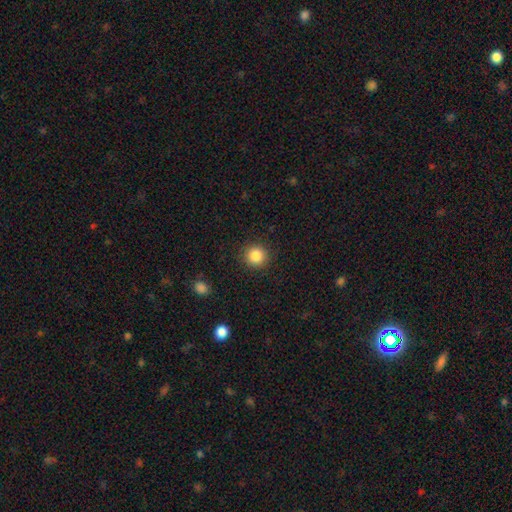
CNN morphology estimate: smooth 86%, star or artifact 10%, featured or disk 4%. Down the decision tree: how rounded — round (93%); merging — none (90%).